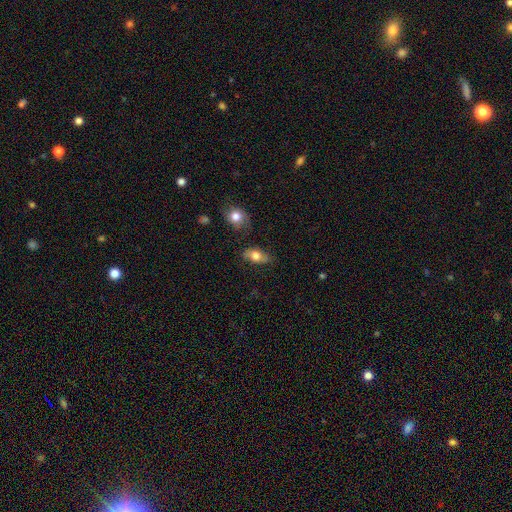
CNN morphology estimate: smooth_or_featured: smooth (p=0.72) [alt: featured or disk p=0.21]
how_rounded: in between (p=0.86) [alt: round p=0.10]
merging: none (p=0.73) [alt: minor disturbance p=0.19]